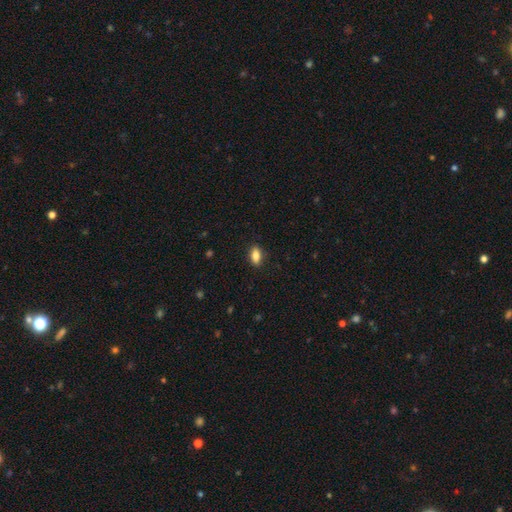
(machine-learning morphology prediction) smooth-or-featured: smooth: 83% | featured or disk: 9% | star or artifact: 8%
  how-rounded: in between: 86% | cigar-shaped: 8% | round: 6%
  merging: none: 88% | minor disturbance: 9% | major disturbance: 2% | merger: 1%